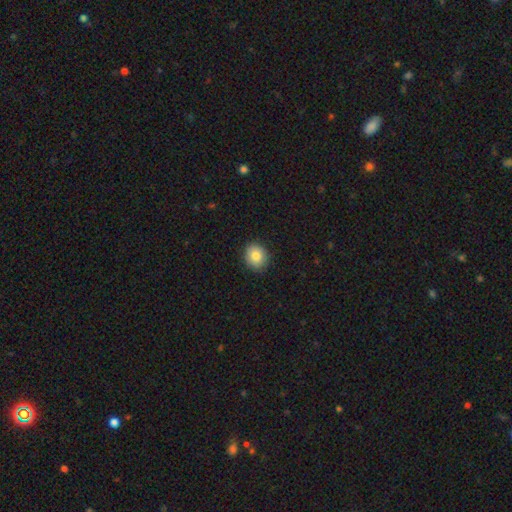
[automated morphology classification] A smooth galaxy with no disk features (83%) that is round (75%). Merging: none (89%).